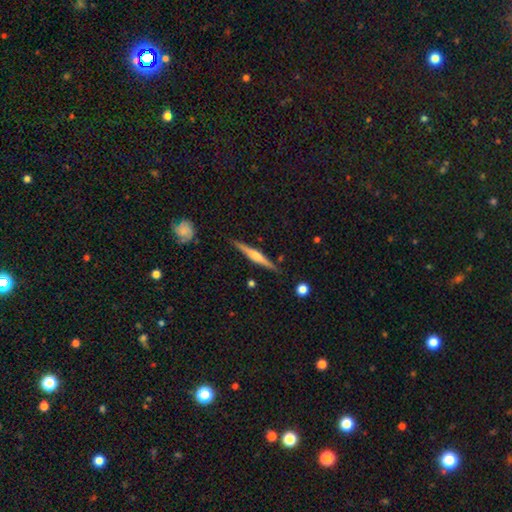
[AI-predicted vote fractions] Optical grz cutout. It shows a featured or disk galaxy (67%) viewed edge-on (98%) with a rounded central bulge (73%). Merging: none (88%).